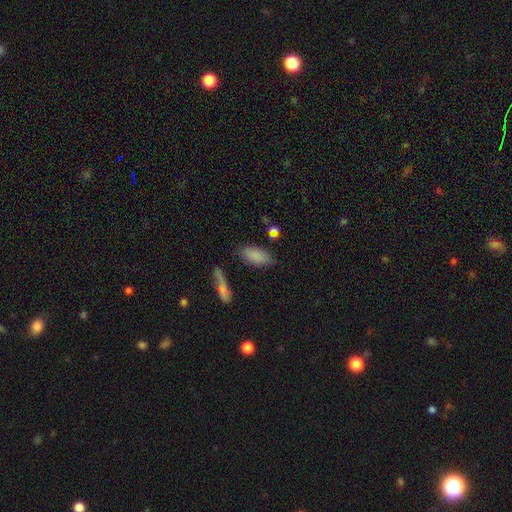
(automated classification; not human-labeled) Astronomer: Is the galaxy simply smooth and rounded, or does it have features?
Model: smooth — 84%.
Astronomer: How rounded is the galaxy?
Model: in between — 87%.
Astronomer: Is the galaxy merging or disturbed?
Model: none — 76%.